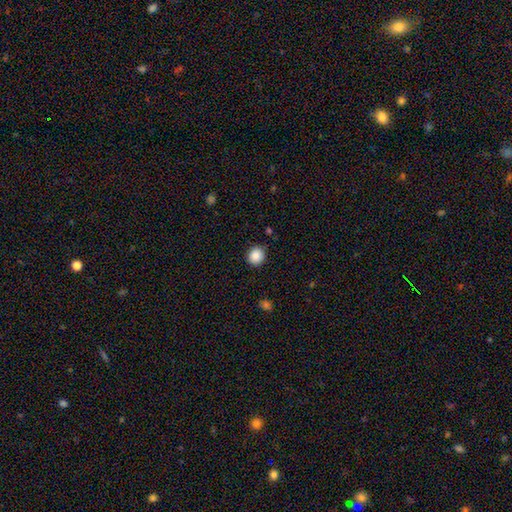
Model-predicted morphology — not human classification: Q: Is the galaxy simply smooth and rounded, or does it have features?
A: smooth — 88%.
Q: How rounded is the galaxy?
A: round — 87%.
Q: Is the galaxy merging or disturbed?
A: none — 88%.